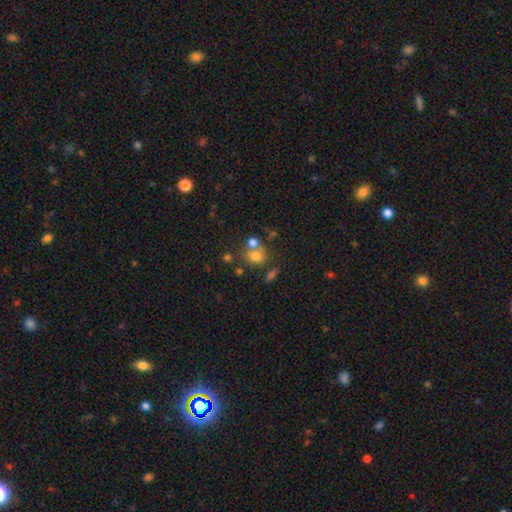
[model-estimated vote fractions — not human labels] Smooth or featured? smooth (71%)
How rounded? round (60%)
Merging? none (45%)